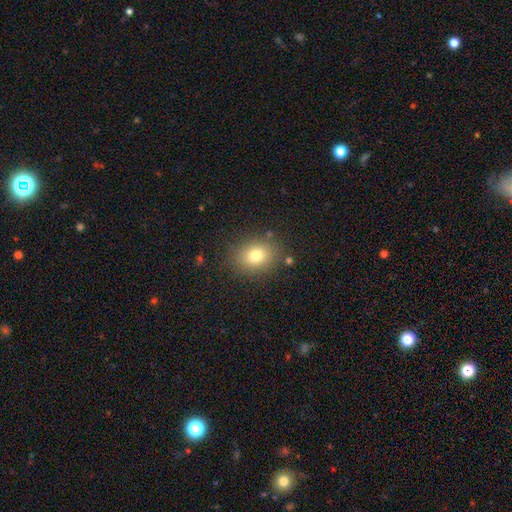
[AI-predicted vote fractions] Smooth or featured? smooth (78%)
How rounded? round (50%)
Merging? none (83%)